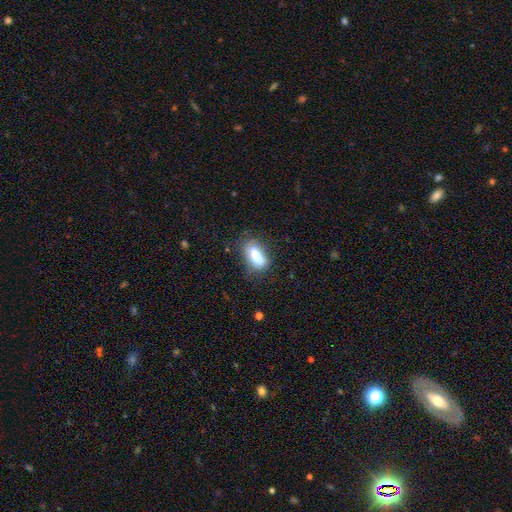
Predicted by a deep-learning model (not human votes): Q: Smooth or featured?
A: smooth (73%); runner-up: featured or disk (18%)
Q: How rounded?
A: in between (86%); runner-up: cigar-shaped (8%)
Q: Merging?
A: none (58%); runner-up: minor disturbance (26%)